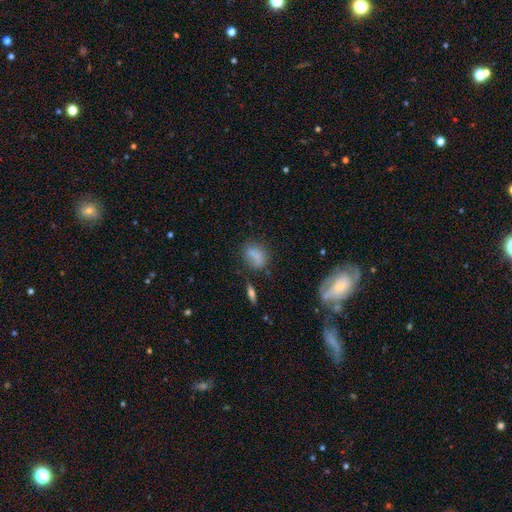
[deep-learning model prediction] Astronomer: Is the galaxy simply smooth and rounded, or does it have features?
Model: smooth — 75%.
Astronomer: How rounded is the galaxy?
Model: in between — 67%.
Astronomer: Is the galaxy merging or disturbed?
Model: none — 60%.